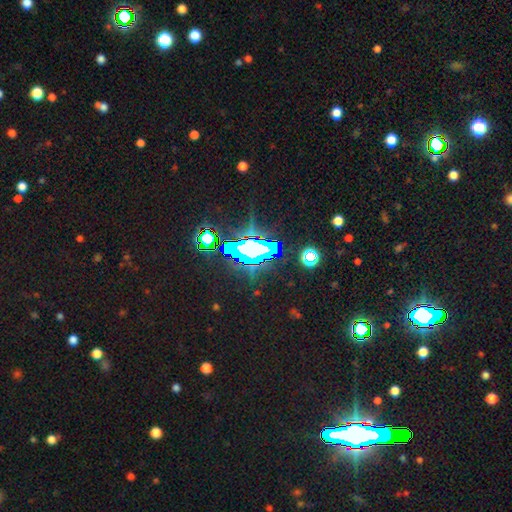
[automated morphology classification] smooth_or_featured: star or artifact (p=0.77) [alt: smooth p=0.13]